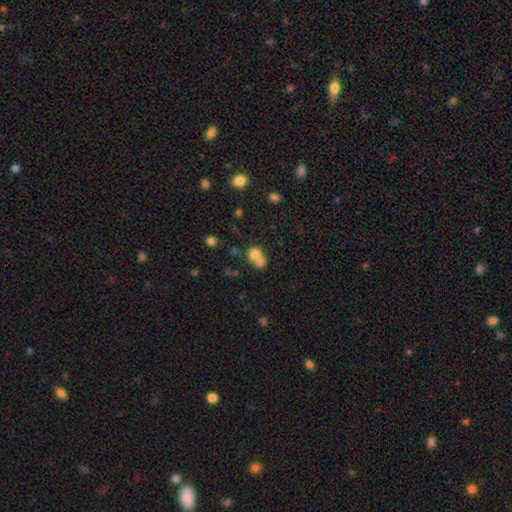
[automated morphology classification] smooth-or-featured: smooth: 74% | featured or disk: 15% | star or artifact: 11%
  how-rounded: round: 66% | in between: 33% | cigar-shaped: 1%
  merging: merger: 65% | none: 24% | minor disturbance: 7% | major disturbance: 4%